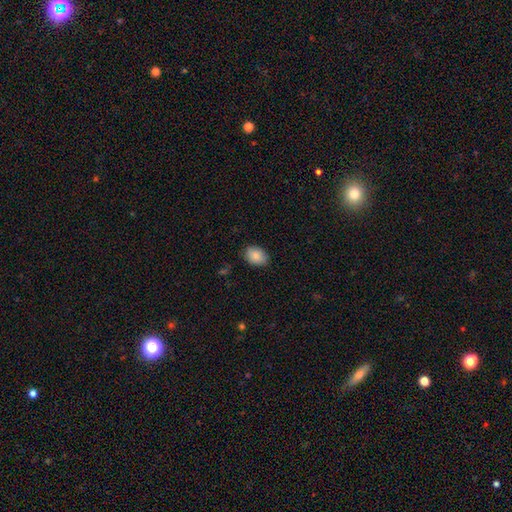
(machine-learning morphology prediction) The model was most divided on "how rounded": in between: 81%, round: 18%, cigar-shaped: 1%. More confident: smooth or featured — smooth (87%); merging — none (86%).